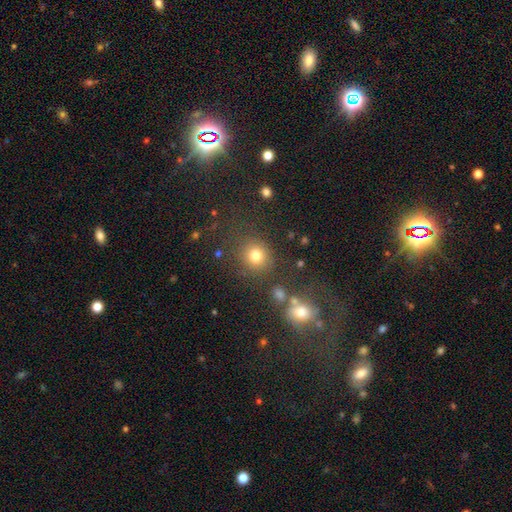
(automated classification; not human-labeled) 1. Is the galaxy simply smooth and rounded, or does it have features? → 78% smooth, 16% star or artifact, 7% featured or disk.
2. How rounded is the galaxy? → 85% round, 14% in between, 1% cigar-shaped.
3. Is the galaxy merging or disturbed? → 77% none, 10% minor disturbance, 7% merger, 6% major disturbance.